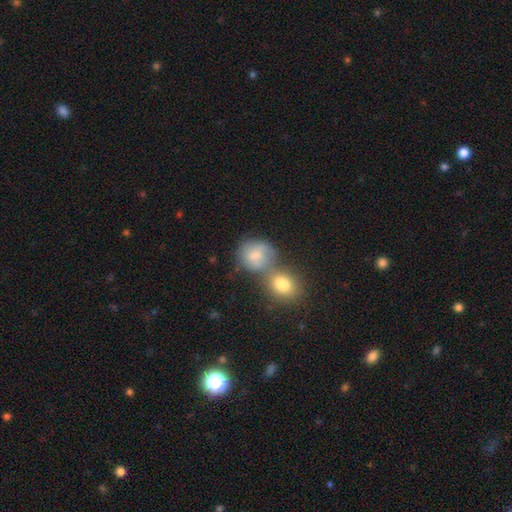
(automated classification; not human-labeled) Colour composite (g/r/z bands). It shows a smooth galaxy with no disk features (58%) that is round (75%). Merging: merger (45%).